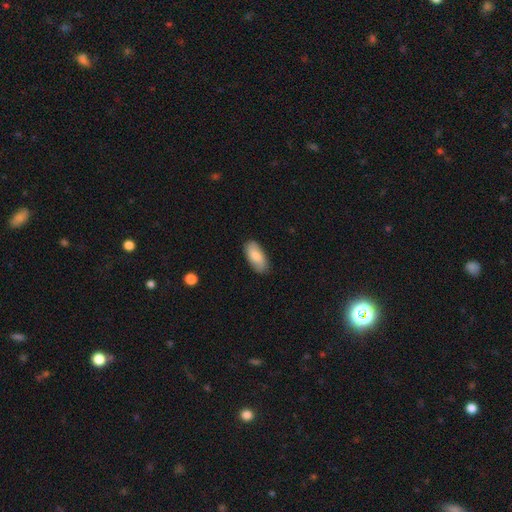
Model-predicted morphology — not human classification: A smooth galaxy with no disk features (81%) that is in between round and cigar-shaped (91%). Merging: none (84%).